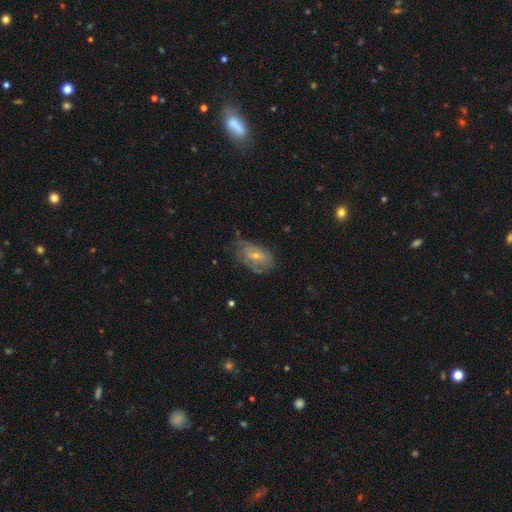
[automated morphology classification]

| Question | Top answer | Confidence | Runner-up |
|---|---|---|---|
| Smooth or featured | featured or disk | 48% | smooth (38%) |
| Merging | none | 52% | minor disturbance (31%) |